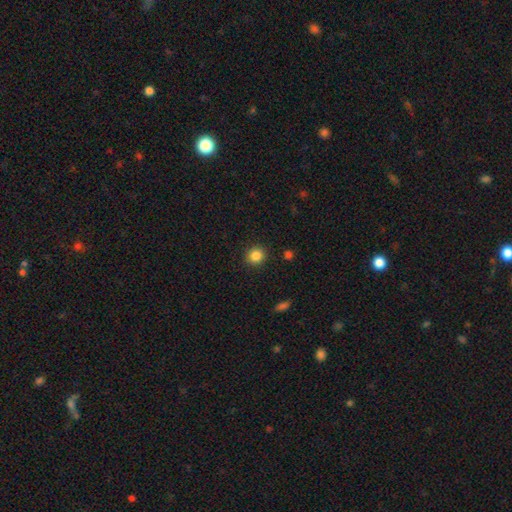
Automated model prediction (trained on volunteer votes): Smooth or featured? smooth (85%)
How rounded? round (89%)
Merging? none (91%)